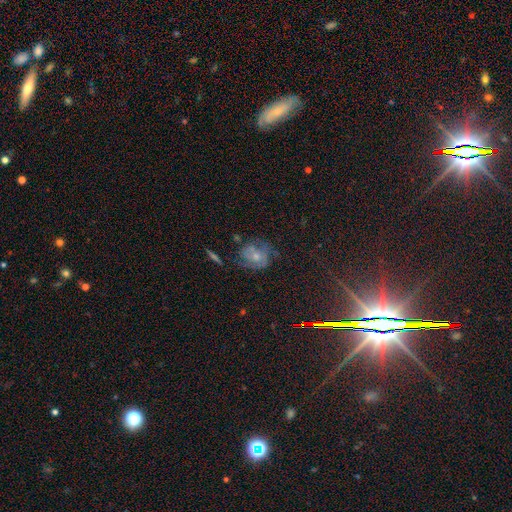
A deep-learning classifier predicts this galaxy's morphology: Overall: featured or disk (54%; smooth 33%). Edge-on disk: no (96%). Bar: no (78%). Spiral arms: yes (68%; no 32%). Bulge size: moderate (47%; small 43%). Merging: none (51%; minor disturbance 26%).